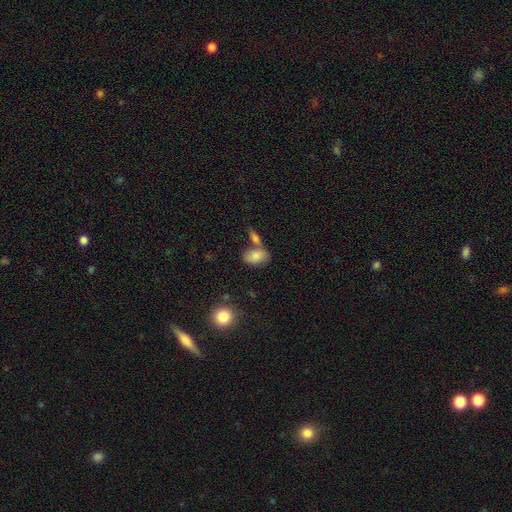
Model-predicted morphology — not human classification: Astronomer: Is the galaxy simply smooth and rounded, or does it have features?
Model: smooth — 82%.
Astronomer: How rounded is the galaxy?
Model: in between — 89%.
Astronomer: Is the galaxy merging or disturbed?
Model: none — 53%.